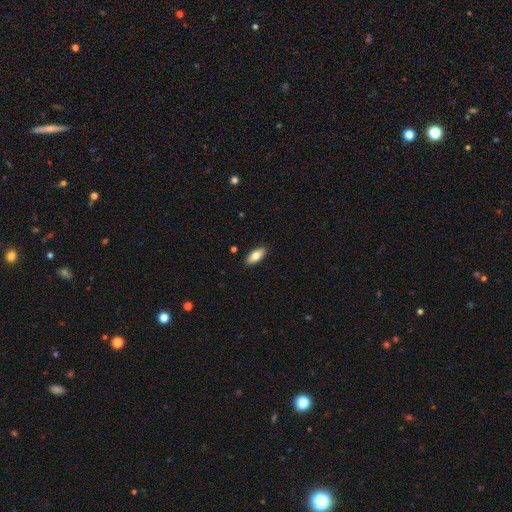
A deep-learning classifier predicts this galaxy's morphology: The model was most divided on "smooth or featured": smooth: 80%, featured or disk: 13%, star or artifact: 6%. More confident: merging — none (89%); how rounded — in between (85%).